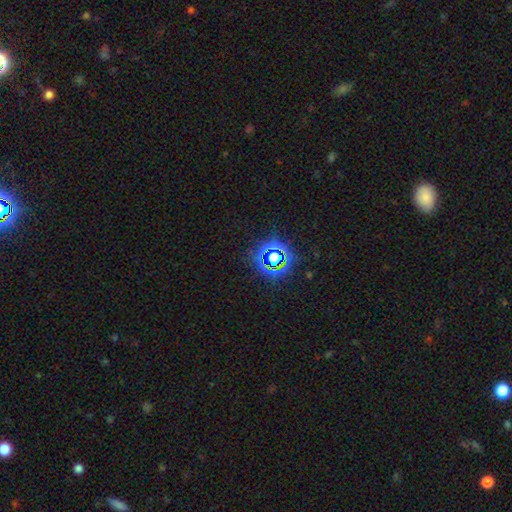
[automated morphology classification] Smooth or featured?
  - star or artifact: 76% *
  - smooth: 16%
  - featured or disk: 8%